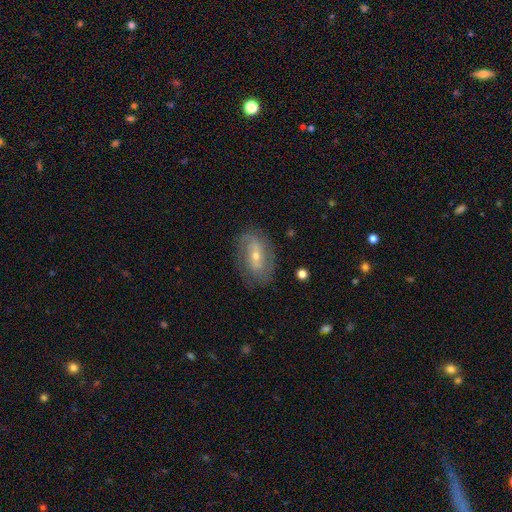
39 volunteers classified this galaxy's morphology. Smooth or featured? 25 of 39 (64%) said featured or disk. Edge-on disk? 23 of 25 (92%) said no. Bar? 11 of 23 (48%) said weak. Spiral arms? 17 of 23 (74%) said yes. Spiral winding? 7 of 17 (41%) said loose. Spiral arm count? 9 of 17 (53%) said 2. Bulge size? 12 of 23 (52%) said small. Merging? 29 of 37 (78%) said none.